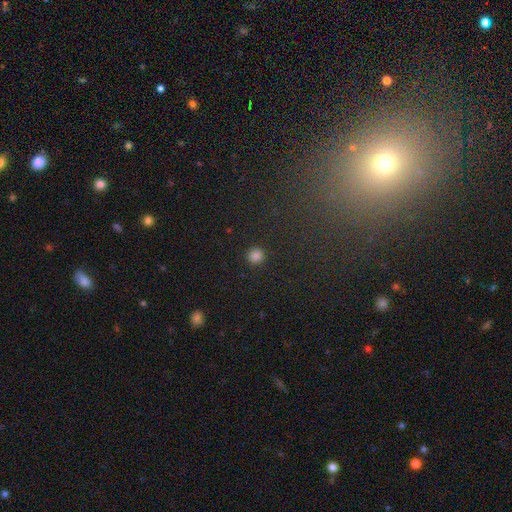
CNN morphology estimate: Smooth or featured? smooth (84%)
How rounded? round (94%)
Merging? none (91%)